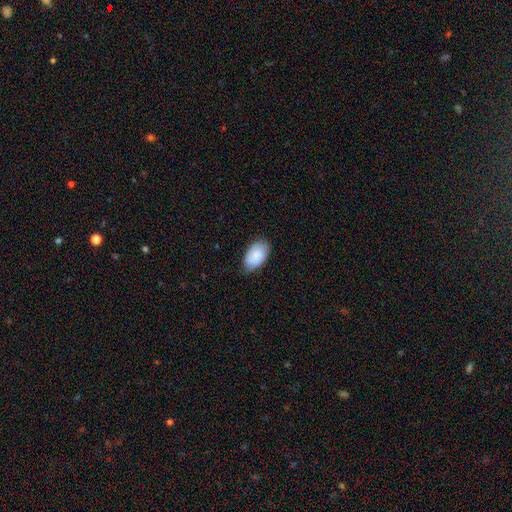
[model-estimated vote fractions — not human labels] Q: Smooth or featured?
A: smooth (82%); runner-up: featured or disk (12%)
Q: How rounded?
A: in between (94%); runner-up: round (5%)
Q: Merging?
A: none (74%); runner-up: minor disturbance (22%)